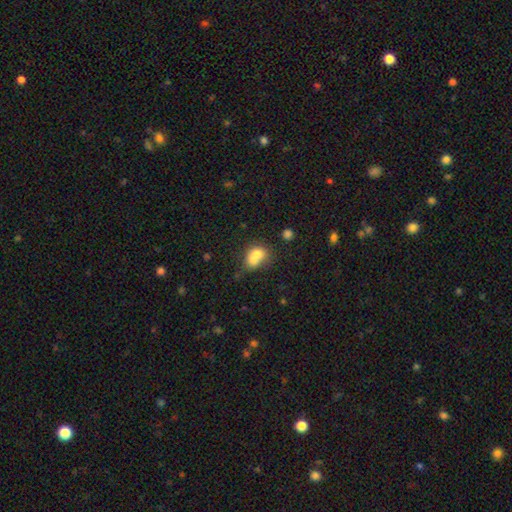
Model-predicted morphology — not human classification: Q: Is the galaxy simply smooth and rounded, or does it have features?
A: smooth — 71%.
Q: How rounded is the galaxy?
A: round — 53%.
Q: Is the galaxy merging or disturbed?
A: merger — 65%.